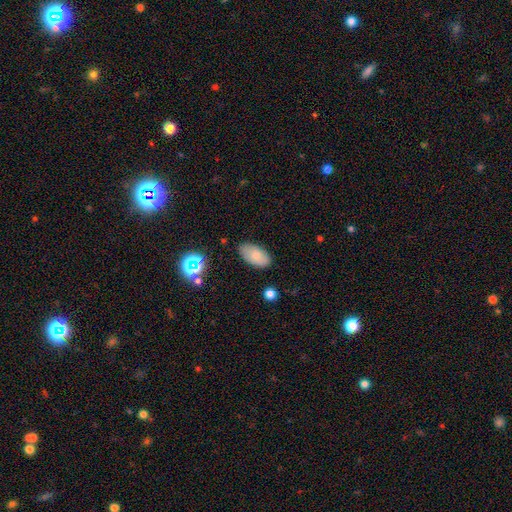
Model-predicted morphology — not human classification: The model was most divided on "smooth or featured": smooth: 80%, featured or disk: 12%, star or artifact: 8%. More confident: how rounded — in between (94%); merging — none (83%).